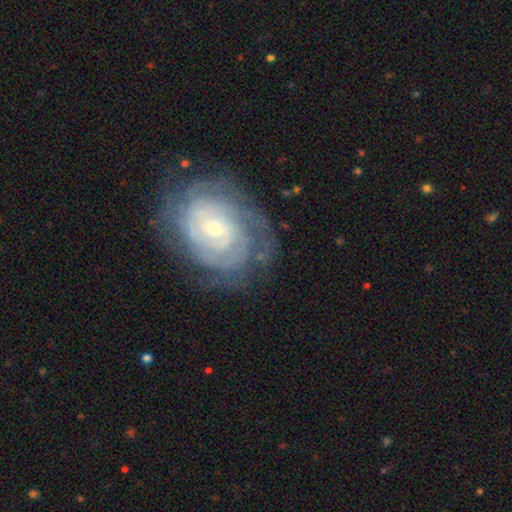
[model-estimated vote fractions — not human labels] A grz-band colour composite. It shows a featured or disk galaxy (81%) with no bar (61%), tight (79%) spiral arms (93%) and a small central bulge (64%). Merging: none (76%).